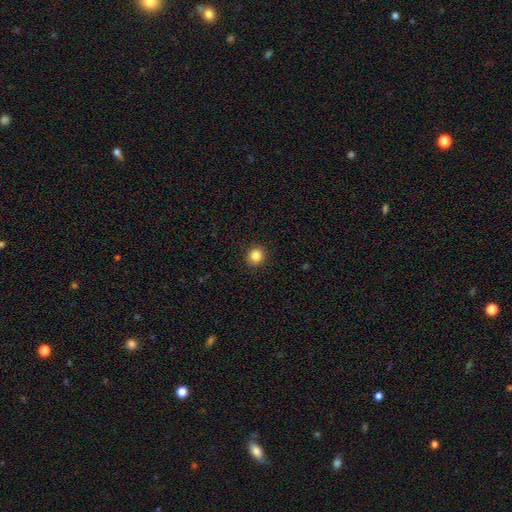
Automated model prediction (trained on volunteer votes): smooth-or-featured: smooth: 85% | star or artifact: 11% | featured or disk: 4%
  how-rounded: round: 91% | in between: 8% | cigar-shaped: 1%
  merging: none: 92% | minor disturbance: 5% | major disturbance: 2% | merger: 1%